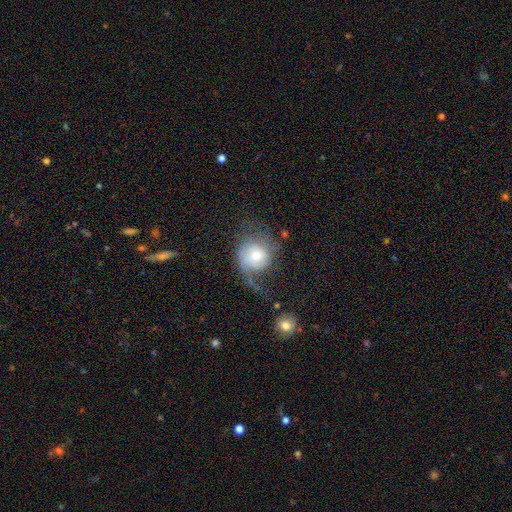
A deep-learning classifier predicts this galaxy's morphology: The model was most divided on "merging": major disturbance: 39%, none: 34%, minor disturbance: 22%, merger: 4%. More confident: how rounded — round (81%); smooth or featured — smooth (51%).